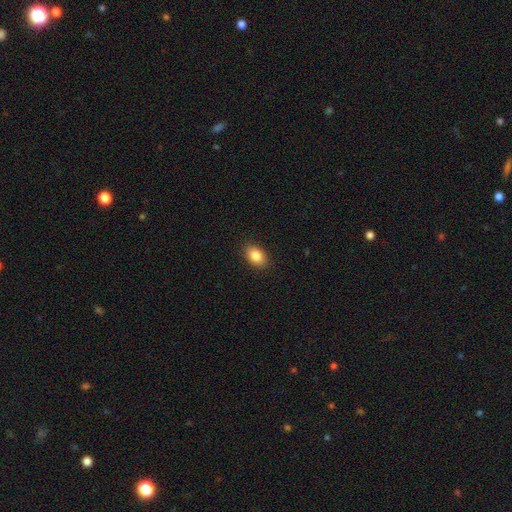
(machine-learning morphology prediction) Q: Smooth or featured?
A: smooth (86%); runner-up: star or artifact (8%)
Q: How rounded?
A: in between (85%); runner-up: round (13%)
Q: Merging?
A: none (89%); runner-up: minor disturbance (8%)